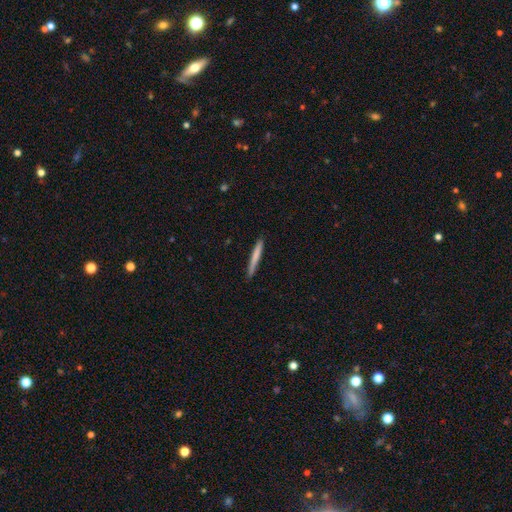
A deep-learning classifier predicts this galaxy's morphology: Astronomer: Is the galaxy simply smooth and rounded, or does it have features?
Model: smooth — 72%.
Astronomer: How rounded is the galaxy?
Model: cigar-shaped — 97%.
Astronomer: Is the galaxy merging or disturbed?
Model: none — 88%.